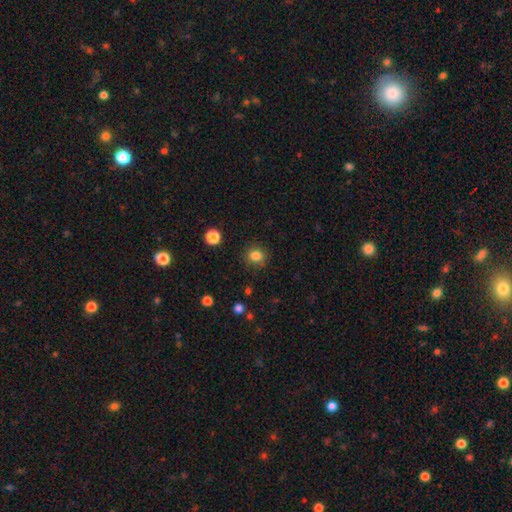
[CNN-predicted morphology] This appears to be a smooth galaxy with no disk features (83%) that is round (82%). Merging: none (87%).